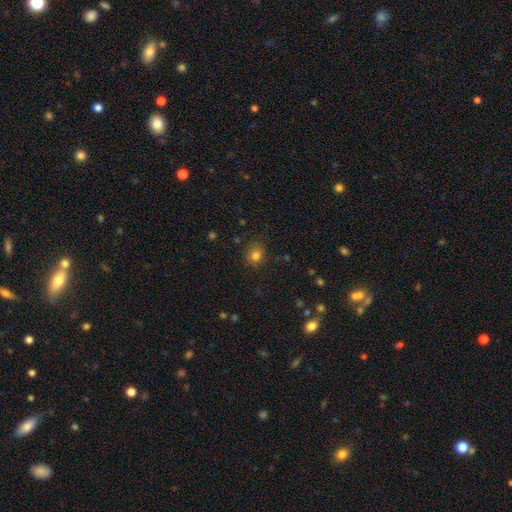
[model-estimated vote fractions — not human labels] Smooth or featured: smooth — 79% (star or artifact — 14%)
How rounded: round — 68% (in between — 31%)
Merging: none — 82% (minor disturbance — 13%)